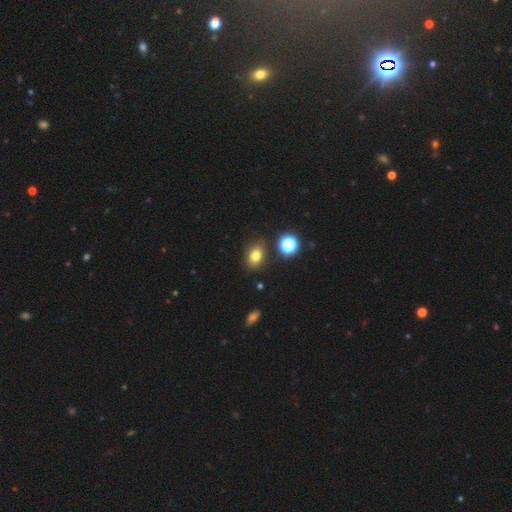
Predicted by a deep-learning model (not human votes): Smooth or featured: smooth — 77% (star or artifact — 15%)
How rounded: in between — 66% (round — 33%)
Merging: none — 83% (minor disturbance — 11%)